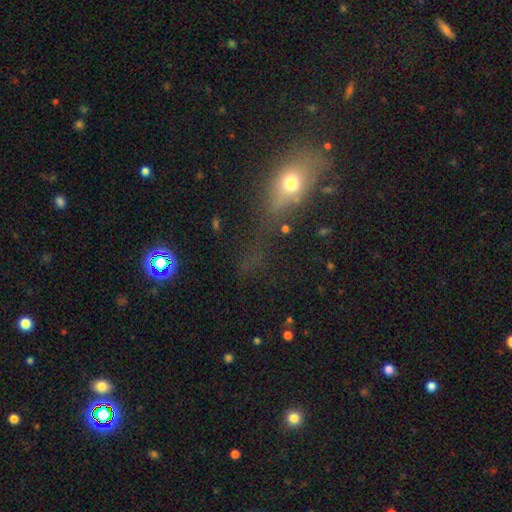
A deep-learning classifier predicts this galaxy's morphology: Q: Smooth or featured?
A: smooth (48%); runner-up: star or artifact (31%)
Q: Merging?
A: none (45%); runner-up: major disturbance (26%)